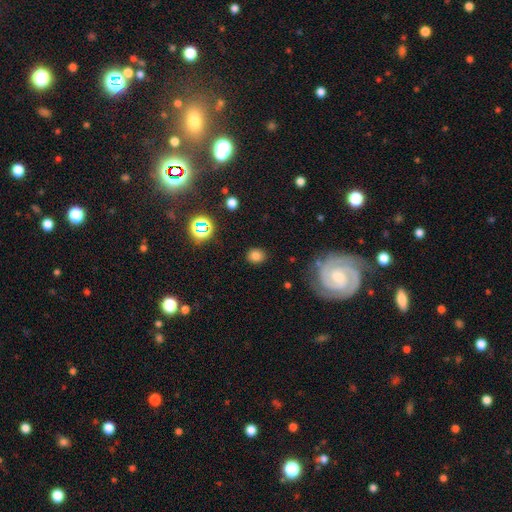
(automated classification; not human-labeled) smooth 76%, star or artifact 17%, featured or disk 7%. Down the decision tree: how rounded — round (69%); merging — none (87%).